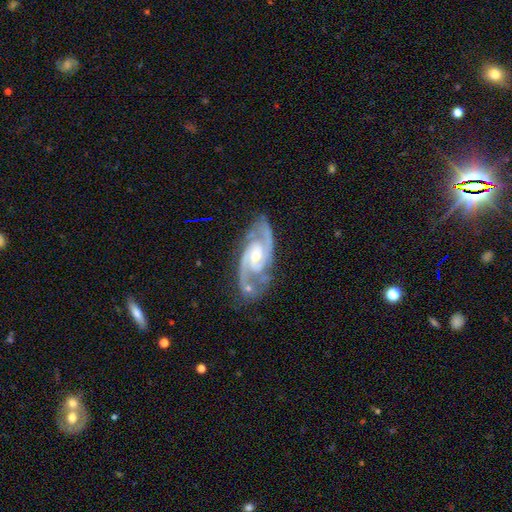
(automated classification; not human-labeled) smooth_or_featured: featured or disk (p=0.93) [alt: star or artifact p=0.04]
disk_edge_on: no (p=0.97) [alt: yes p=0.03]
bar: weak (p=0.43) [alt: no p=0.42]
has_spiral_arms: yes (p=0.99) [alt: no p=0.01]
spiral_winding: medium (p=0.56) [alt: tight p=0.36]
spiral_arm_count: 2 (p=0.88) [alt: 3 p=0.06]
bulge_size: moderate (p=0.49) [alt: small p=0.46]
merging: none (p=0.75) [alt: minor disturbance p=0.17]